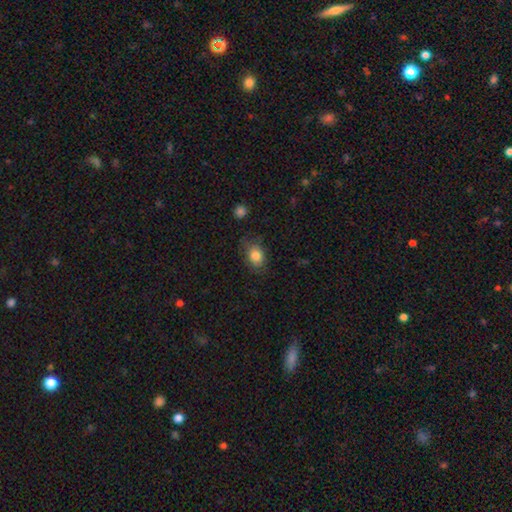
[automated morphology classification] smooth-or-featured: smooth: 82% | featured or disk: 9% | star or artifact: 9%
  how-rounded: in between: 71% | round: 28% | cigar-shaped: 1%
  merging: none: 71% | minor disturbance: 22% | major disturbance: 6% | merger: 2%